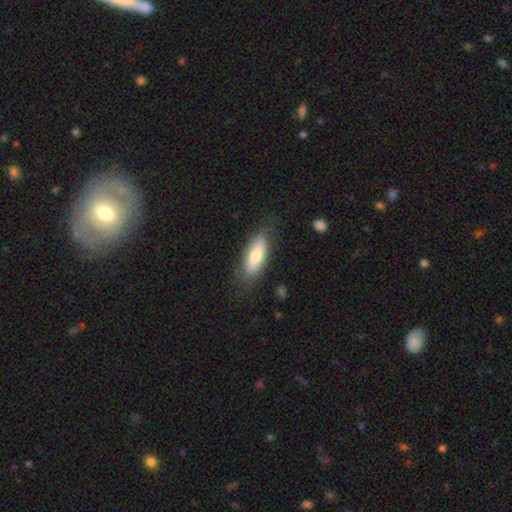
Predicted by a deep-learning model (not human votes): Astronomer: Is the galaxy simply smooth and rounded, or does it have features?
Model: smooth — 71%.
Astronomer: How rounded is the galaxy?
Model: in between — 75%.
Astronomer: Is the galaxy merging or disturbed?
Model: none — 73%.